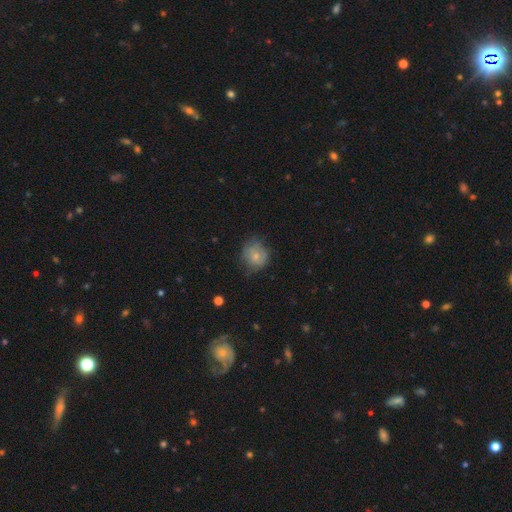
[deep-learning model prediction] Smooth or featured? smooth (66%)
How rounded? round (77%)
Merging? none (59%)